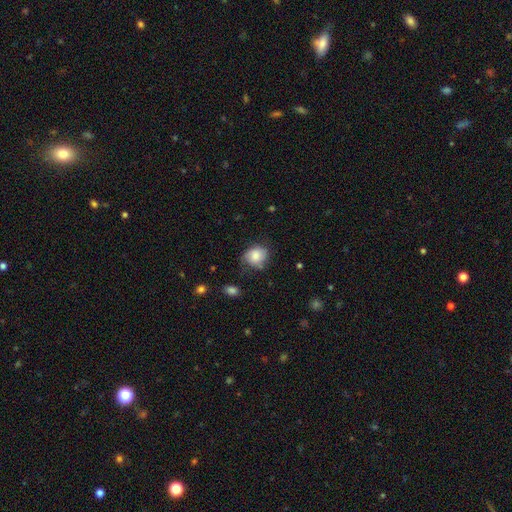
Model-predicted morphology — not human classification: Overall: smooth (72%). How rounded: round (56%; in between 43%). Merging: none (54%; minor disturbance 31%).